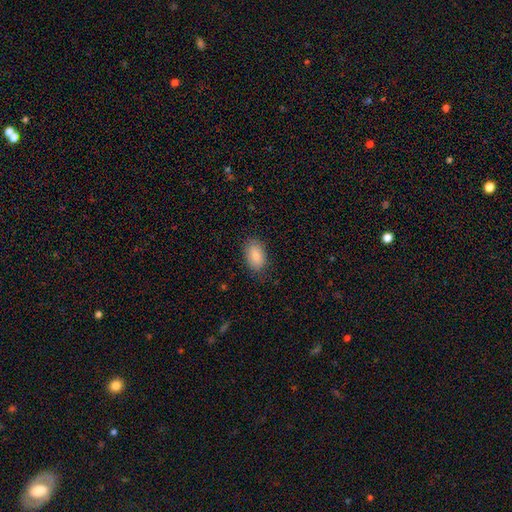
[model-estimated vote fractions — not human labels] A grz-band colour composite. It shows a smooth galaxy with no disk features (85%) that is in between round and cigar-shaped (91%). Merging: none (81%).